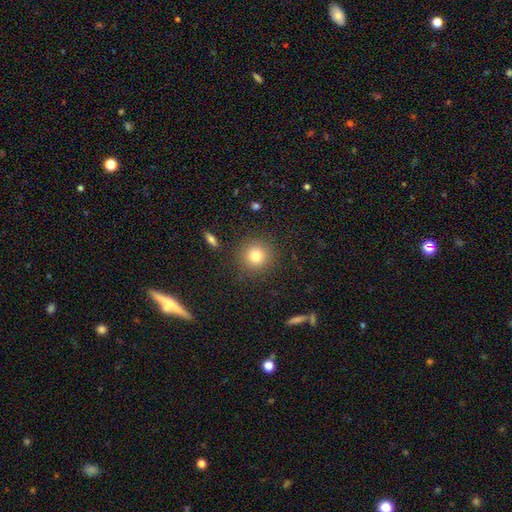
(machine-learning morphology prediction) Smooth or featured? smooth (80%)
How rounded? round (93%)
Merging? none (89%)